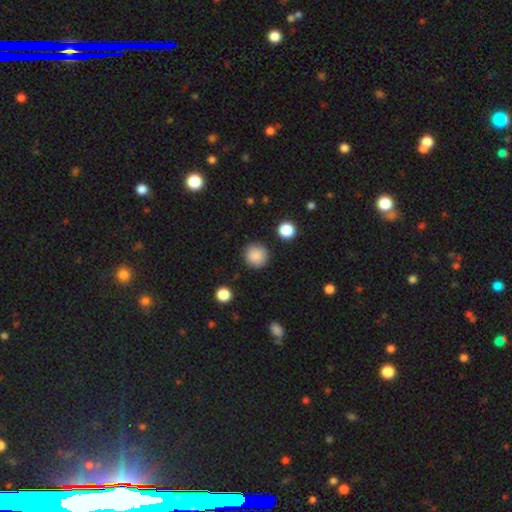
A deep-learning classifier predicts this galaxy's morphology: Smooth or featured?
  - smooth: 87% *
  - star or artifact: 9%
  - featured or disk: 4%
How rounded?
  - round: 94% *
  - in between: 5%
  - cigar-shaped: 1%
Merging?
  - none: 88% *
  - minor disturbance: 8%
  - major disturbance: 2%
  - merger: 2%